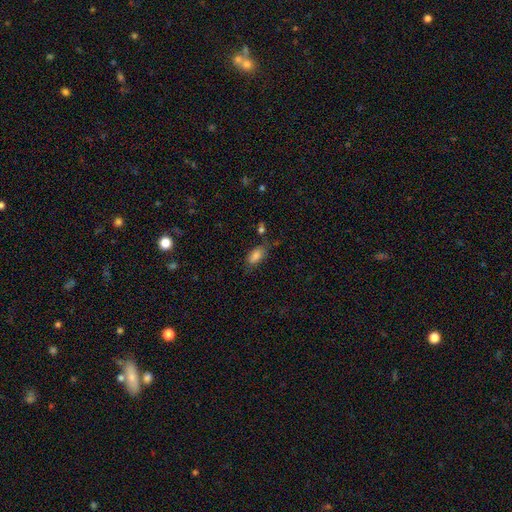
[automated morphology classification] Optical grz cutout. It shows a smooth galaxy with no disk features (84%) that is in between round and cigar-shaped (89%). Merging: none (65%).